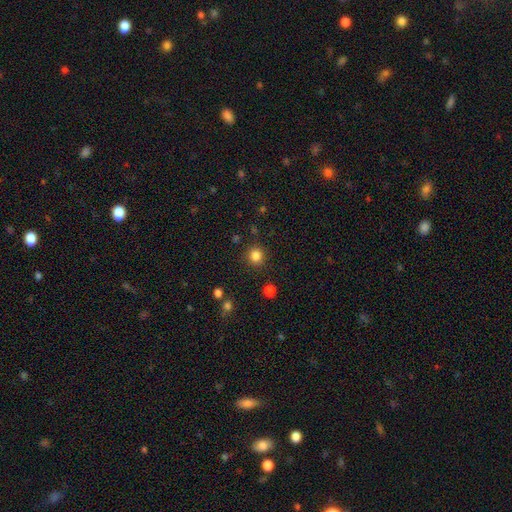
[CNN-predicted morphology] Smooth or featured?
  - smooth: 84% *
  - star or artifact: 12%
  - featured or disk: 4%
How rounded?
  - round: 90% *
  - in between: 9%
  - cigar-shaped: 1%
Merging?
  - none: 89% *
  - minor disturbance: 7%
  - major disturbance: 3%
  - merger: 2%